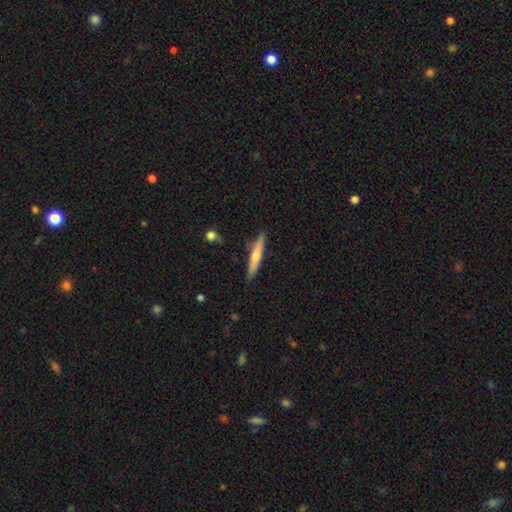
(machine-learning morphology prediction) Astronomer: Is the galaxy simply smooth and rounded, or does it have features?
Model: featured or disk — 54% (runner-up: smooth, 40%).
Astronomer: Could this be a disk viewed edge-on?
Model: yes — 95%.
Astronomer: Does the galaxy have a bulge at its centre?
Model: rounded — 82%.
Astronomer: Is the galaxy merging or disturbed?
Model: none — 89%.